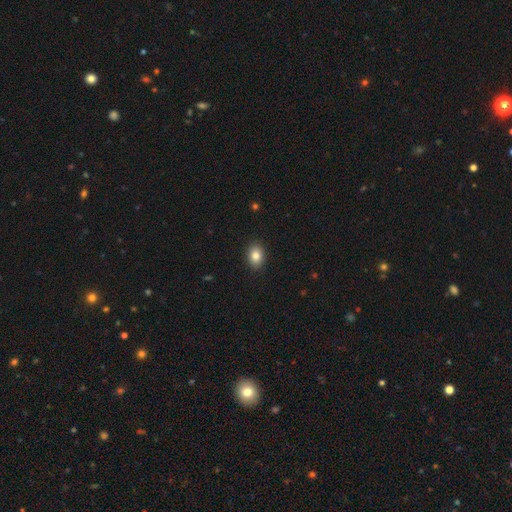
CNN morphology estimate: smooth_or_featured: smooth (p=0.84) [alt: star or artifact p=0.09]
how_rounded: in between (p=0.70) [alt: round p=0.29]
merging: none (p=0.90) [alt: minor disturbance p=0.07]